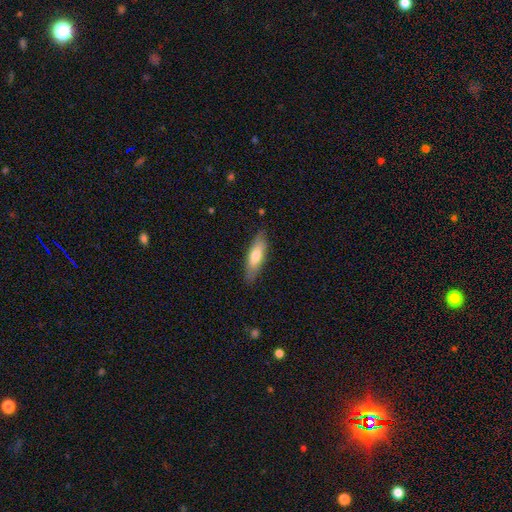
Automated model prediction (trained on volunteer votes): Q: Smooth or featured?
A: smooth (69%); runner-up: featured or disk (26%)
Q: How rounded?
A: cigar-shaped (52%); runner-up: in between (47%)
Q: Merging?
A: none (82%); runner-up: minor disturbance (14%)